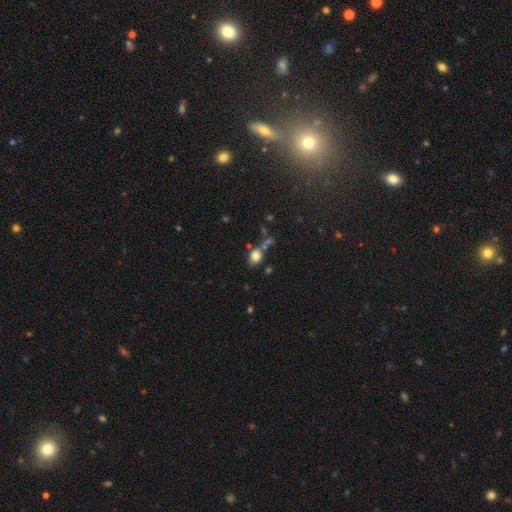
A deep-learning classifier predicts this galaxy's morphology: smooth 79%, star or artifact 13%, featured or disk 9%. Down the decision tree: how rounded — in between (54%); merging — none (61%).